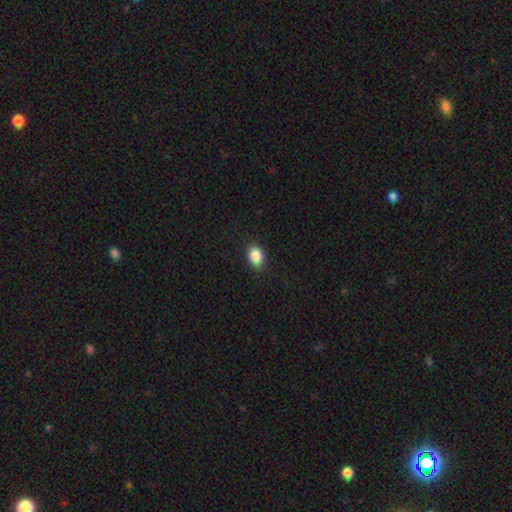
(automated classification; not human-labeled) This appears to be a smooth galaxy with no disk features (87%) that is in between round and cigar-shaped (76%). Merging: none (88%).